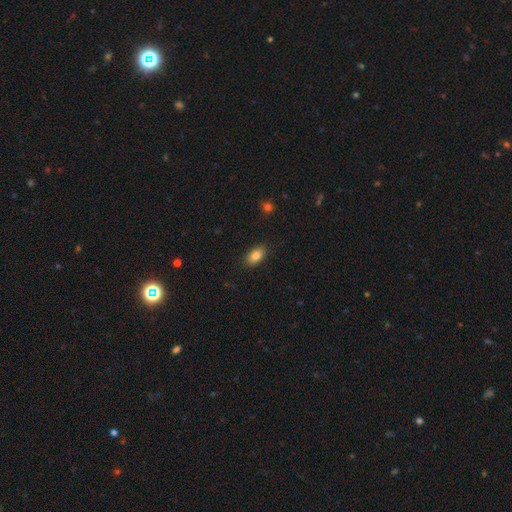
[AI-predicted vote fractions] This appears to be a smooth galaxy with no disk features (85%) that is in between round and cigar-shaped (91%). Merging: none (87%).